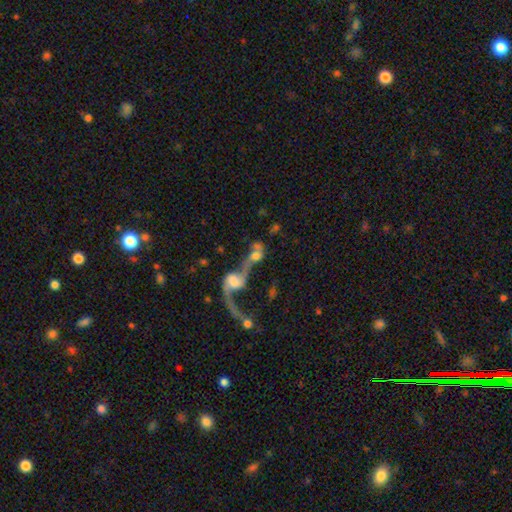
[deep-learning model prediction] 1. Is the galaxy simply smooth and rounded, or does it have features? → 49% featured or disk, 39% smooth, 12% star or artifact.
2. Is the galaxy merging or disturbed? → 75% merger, 11% major disturbance, 9% none, 4% minor disturbance.